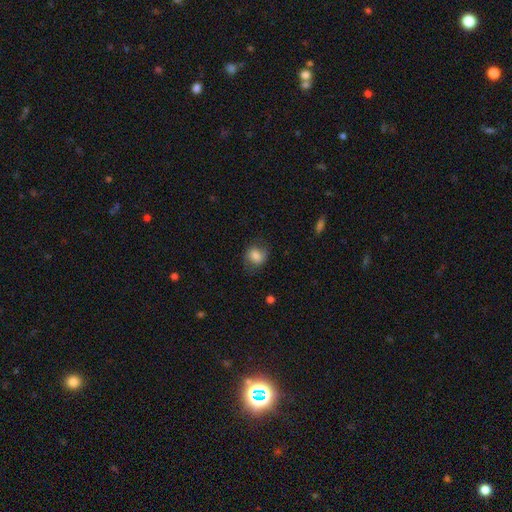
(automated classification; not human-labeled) A smooth galaxy with no disk features (77%) that is round (61%).

Vote fractions:
- Smooth or featured? smooth: 77% / featured or disk: 14% / star or artifact: 9%
- How rounded? round: 61% / in between: 38% / cigar-shaped: 1%
- Merging? none: 69% / minor disturbance: 21% / major disturbance: 9% / merger: 1%